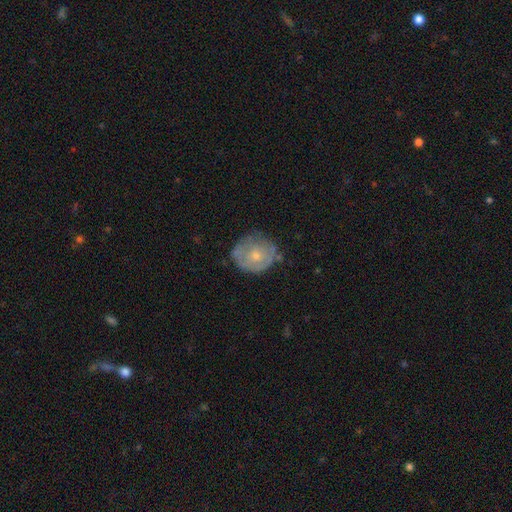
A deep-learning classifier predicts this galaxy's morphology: A smooth galaxy with no disk features (48%). Merging: none (62%).